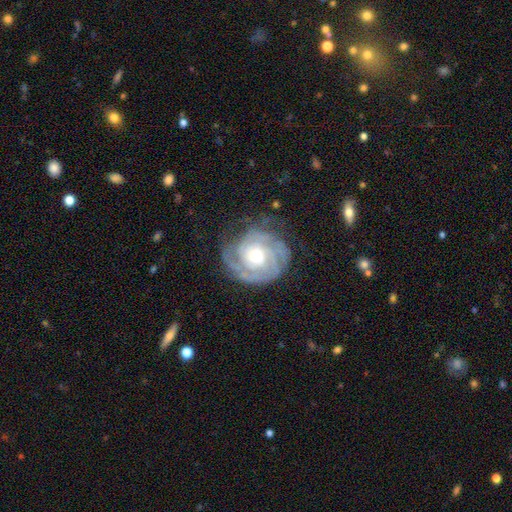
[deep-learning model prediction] smooth_or_featured: featured or disk (p=0.86) [alt: smooth p=0.09]
disk_edge_on: no (p=0.98) [alt: yes p=0.02]
bar: no (p=0.76) [alt: weak p=0.20]
has_spiral_arms: yes (p=0.96) [alt: no p=0.04]
spiral_winding: tight (p=0.74) [alt: medium p=0.21]
spiral_arm_count: can't tell (p=0.30) [alt: 3 p=0.26]
bulge_size: moderate (p=0.58) [alt: small p=0.33]
merging: none (p=0.71) [alt: minor disturbance p=0.19]